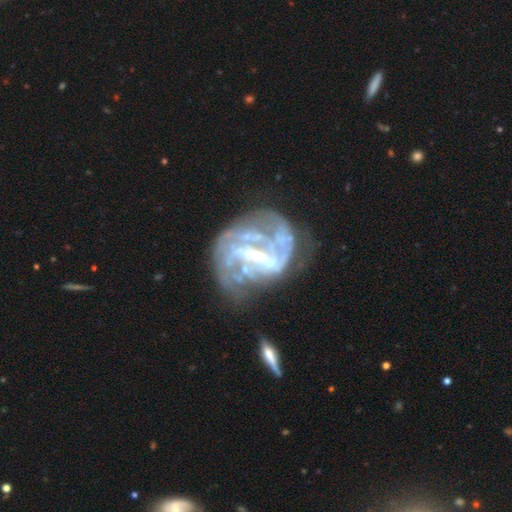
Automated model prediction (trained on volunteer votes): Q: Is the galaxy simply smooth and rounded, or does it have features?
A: featured or disk — 84%.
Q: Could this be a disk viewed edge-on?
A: no — 97%.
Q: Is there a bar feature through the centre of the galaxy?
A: strong — 54%.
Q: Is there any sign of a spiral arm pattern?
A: yes — 71%.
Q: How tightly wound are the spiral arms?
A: medium — 37%.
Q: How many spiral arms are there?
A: can't tell — 38%.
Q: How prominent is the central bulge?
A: small — 41%.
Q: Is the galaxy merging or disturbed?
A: none — 38%.